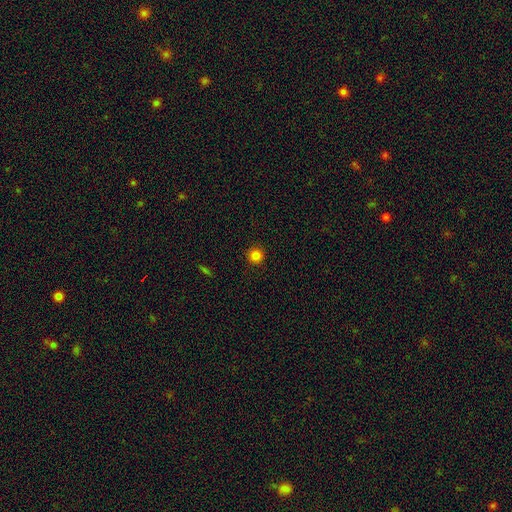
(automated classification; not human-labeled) smooth_or_featured: smooth (p=0.83) [alt: star or artifact p=0.13]
how_rounded: round (p=0.96) [alt: in between p=0.03]
merging: none (p=0.93) [alt: minor disturbance p=0.05]